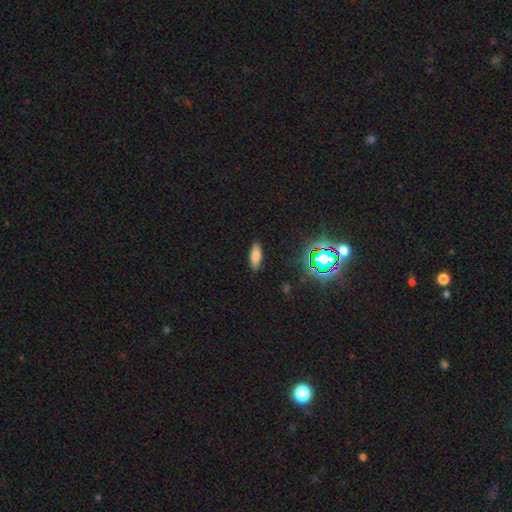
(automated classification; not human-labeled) This is likely a smooth galaxy (79%). How rounded: likely in between (69%). Merging: clearly none (87%).